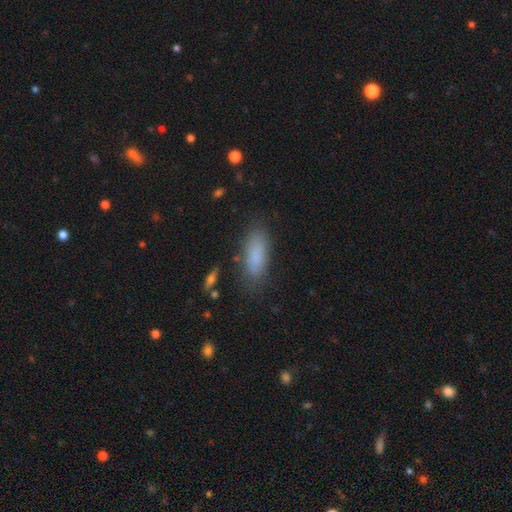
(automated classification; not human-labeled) Smooth or featured? Predicted: smooth (p=0.85). How rounded? Predicted: in between (p=0.72). Merging? Predicted: none (p=0.81).